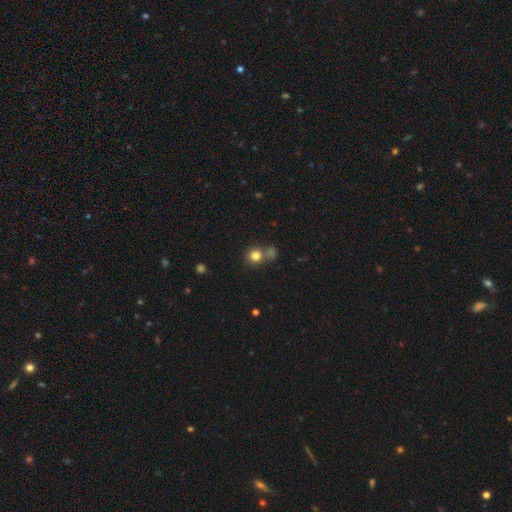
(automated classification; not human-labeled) This is clearly a smooth galaxy (80%). How rounded: clearly round (88%). Merging: likely none (62%).